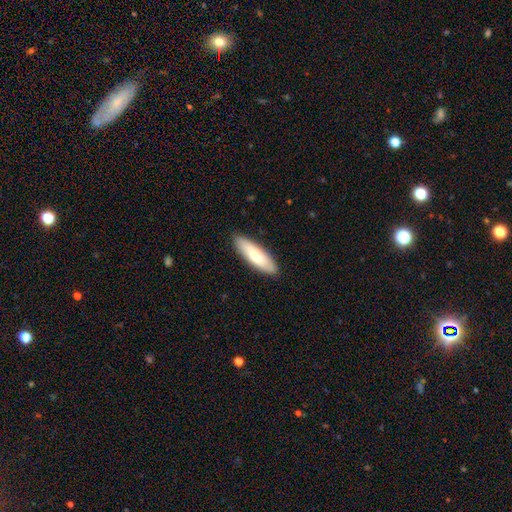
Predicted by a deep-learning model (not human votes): Smooth or featured? Predicted: smooth (p=0.75). How rounded? Predicted: cigar-shaped (p=0.57). Merging? Predicted: none (p=0.88).